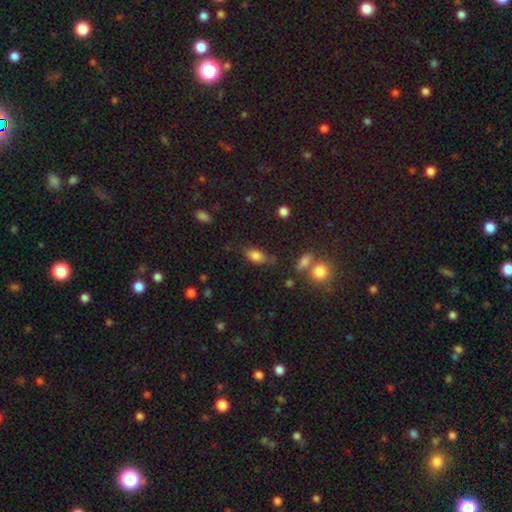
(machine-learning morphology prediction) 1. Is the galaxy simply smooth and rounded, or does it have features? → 78% smooth, 12% featured or disk, 10% star or artifact.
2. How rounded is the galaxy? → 84% in between, 8% cigar-shaped, 8% round.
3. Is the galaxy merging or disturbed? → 63% none, 24% minor disturbance, 8% major disturbance, 6% merger.